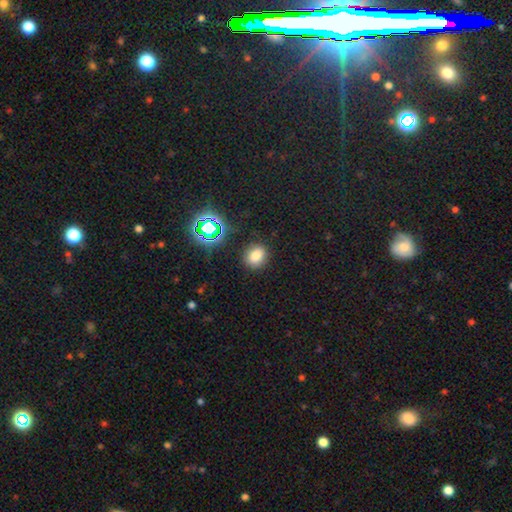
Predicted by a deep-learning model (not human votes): Overall: smooth (75%). How rounded: round (56%; in between 43%). Merging: none (86%).